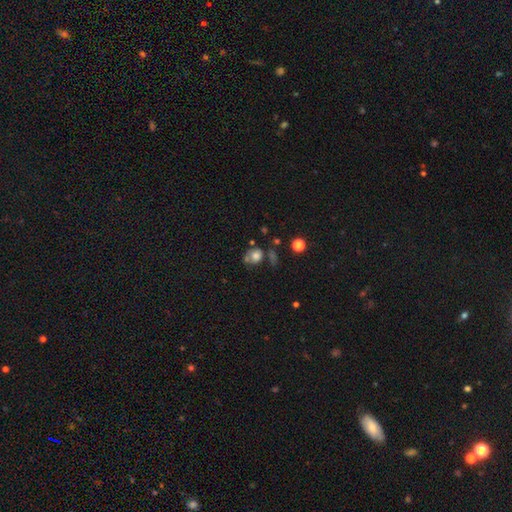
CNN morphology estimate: Smooth or featured: smooth — 68% (featured or disk — 18%)
How rounded: round — 61% (in between — 38%)
Merging: none — 41% (minor disturbance — 22%)